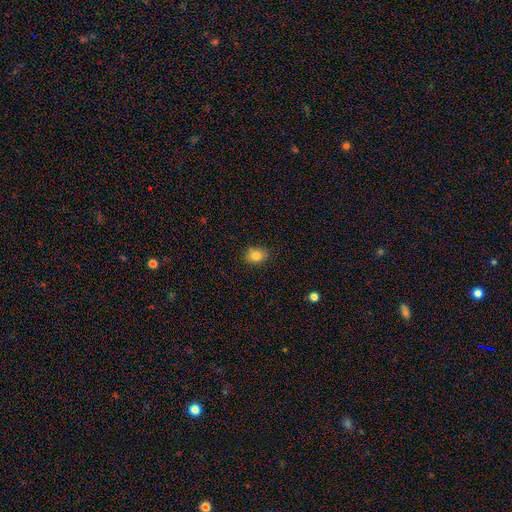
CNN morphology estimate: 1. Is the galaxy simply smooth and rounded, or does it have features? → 83% smooth, 10% star or artifact, 7% featured or disk.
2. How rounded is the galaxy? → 61% in between, 38% round, 1% cigar-shaped.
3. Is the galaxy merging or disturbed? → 83% none, 14% minor disturbance, 2% major disturbance, 1% merger.